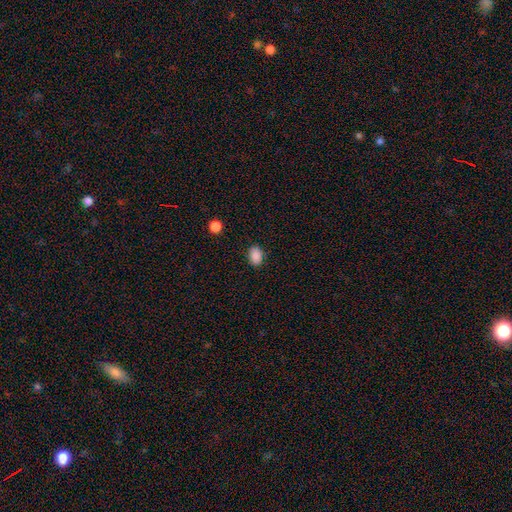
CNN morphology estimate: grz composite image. It shows a smooth galaxy with no disk features (88%) that is in between round and cigar-shaped (75%). Merging: none (86%).